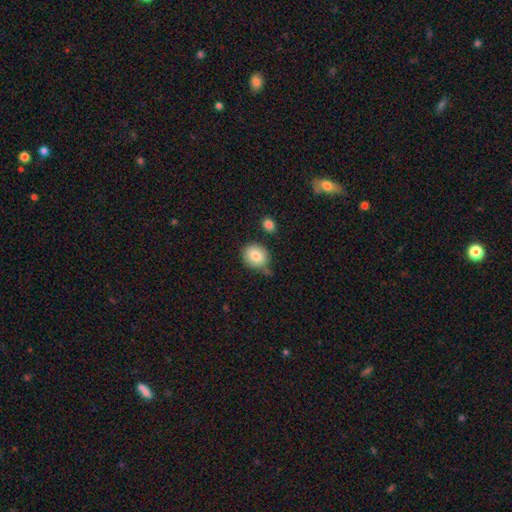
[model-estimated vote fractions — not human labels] Smooth or featured? Predicted: smooth (p=0.83). How rounded? Predicted: round (p=0.73). Merging? Predicted: none (p=0.67).